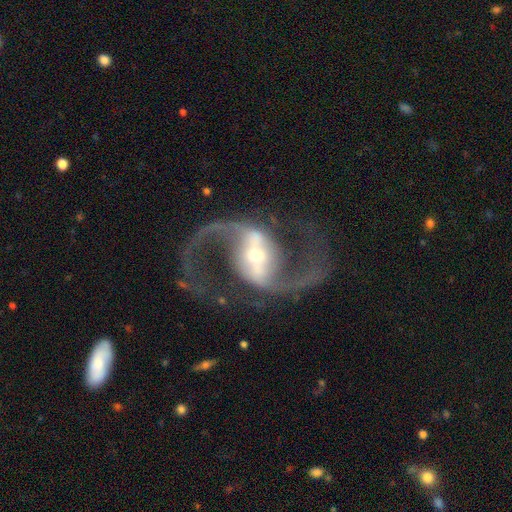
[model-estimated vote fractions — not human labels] The model was most divided on "bulge size": small: 50%, moderate: 42%, large: 5%, dominant: 2%, none: 1%. More confident: edge-on disk — no (97%); spiral arms — yes (97%); spiral arm count — 2 (94%); smooth or featured — featured or disk (93%); merging — none (77%); bar — strong (64%); spiral winding — loose (53%).